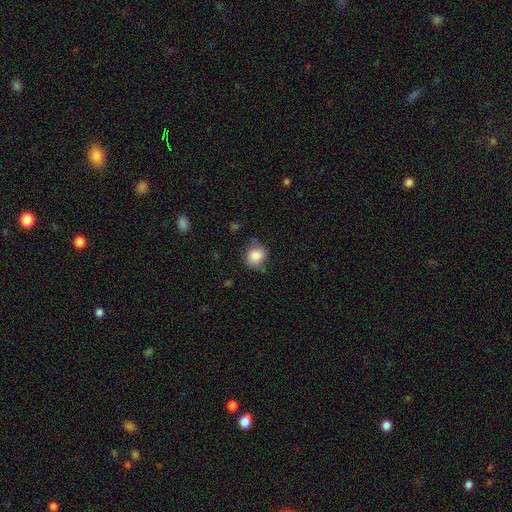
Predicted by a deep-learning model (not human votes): Overall: smooth (86%). How rounded: round (75%). Merging: none (69%).